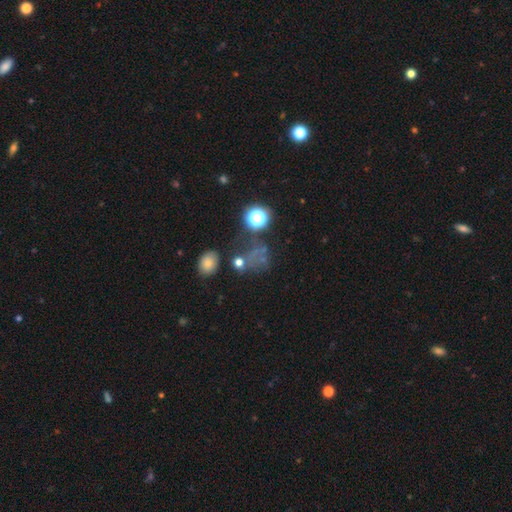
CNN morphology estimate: A star or artifact, not a galaxy (47%).